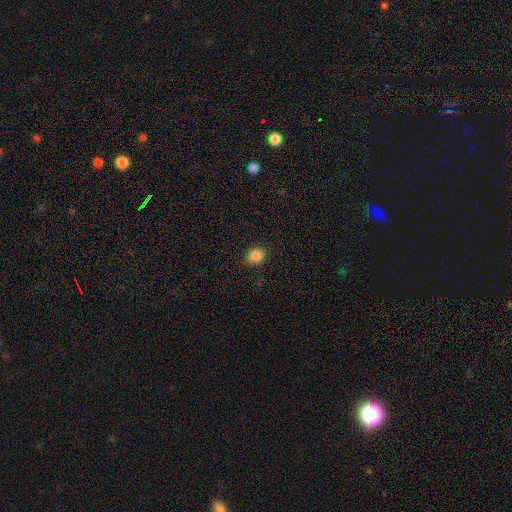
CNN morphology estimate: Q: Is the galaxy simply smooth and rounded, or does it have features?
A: smooth — 86%.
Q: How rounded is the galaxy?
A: round — 57%.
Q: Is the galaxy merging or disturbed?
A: none — 87%.